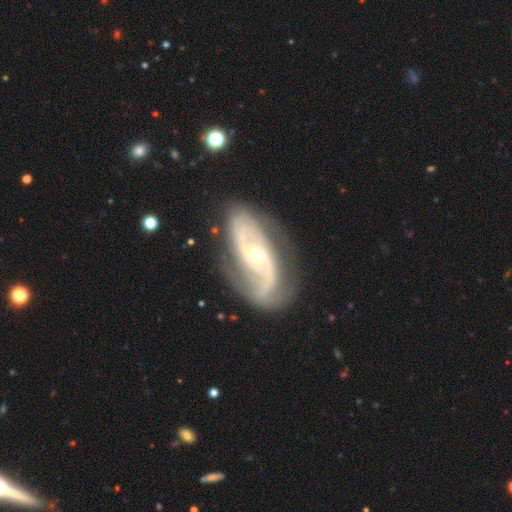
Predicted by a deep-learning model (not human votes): Smooth or featured?
  - featured or disk: 89% *
  - smooth: 6%
  - star or artifact: 5%
Edge-on disk?
  - no: 95% *
  - yes: 5%
Bar?
  - no: 59% *
  - weak: 30%
  - strong: 11%
Spiral arms?
  - yes: 96% *
  - no: 4%
Spiral winding?
  - medium: 47% *
  - tight: 32%
  - loose: 21%
Spiral arm count?
  - 2: 77% *
  - can't tell: 8%
  - 3: 7%
  - 1: 3%
  - 4: 2%
  - more than 4: 2%
Bulge size?
  - small: 60% *
  - moderate: 37%
  - large: 2%
  - none: 1%
  - dominant: 1%
Merging?
  - none: 73% *
  - minor disturbance: 17%
  - major disturbance: 8%
  - merger: 2%